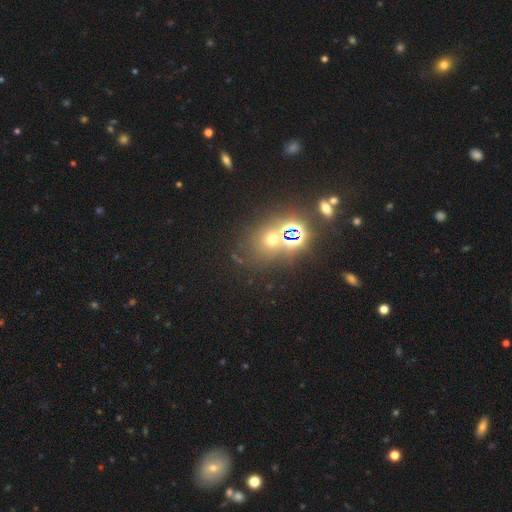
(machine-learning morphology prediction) Smooth or featured: smooth — 42% (tied with star or artifact — 42%)
Merging: none — 45% (merger — 41%)